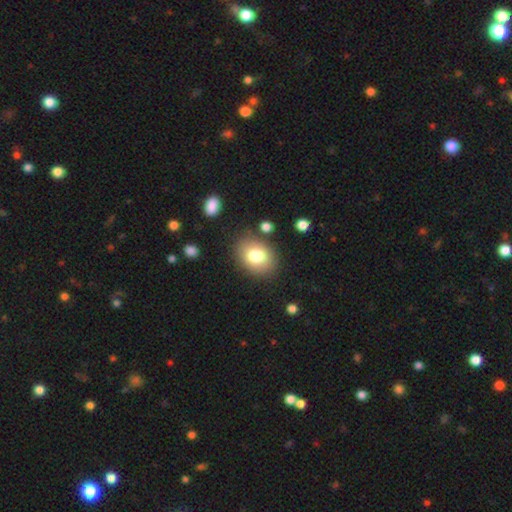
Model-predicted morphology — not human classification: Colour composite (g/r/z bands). It shows a smooth galaxy with no disk features (78%) that is in between round and cigar-shaped (63%). Merging: none (81%).